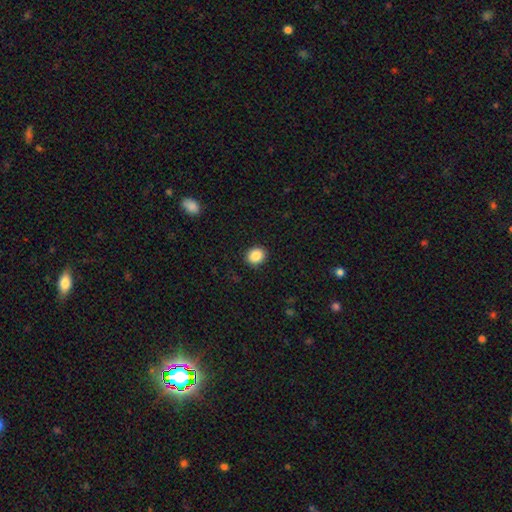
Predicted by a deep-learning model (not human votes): A smooth galaxy with no disk features (87%) that is round (73%).

Vote fractions:
- Smooth or featured? smooth: 87% / star or artifact: 9% / featured or disk: 4%
- How rounded? round: 73% / in between: 26% / cigar-shaped: 1%
- Merging? none: 91% / minor disturbance: 6% / major disturbance: 2% / merger: 1%